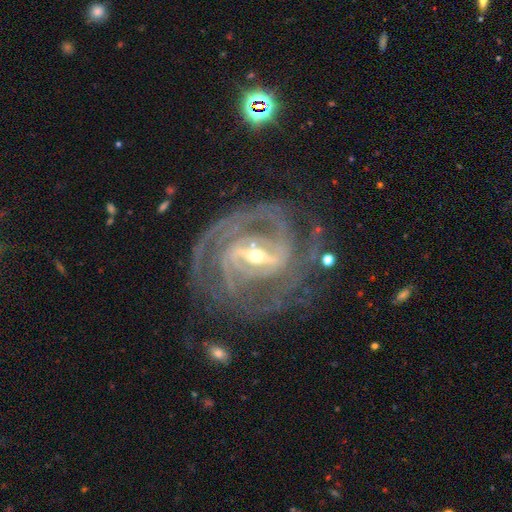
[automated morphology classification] The model was most divided on "spiral arm count": 2: 30%, 3: 26%, can't tell: 16%, 4: 13%, more than 4: 8%, 1: 7%. More confident: spiral arms — yes (98%); edge-on disk — no (97%); smooth or featured — featured or disk (92%); merging — none (68%); bar — strong (66%); spiral winding — tight (56%); bulge size — small (53%).